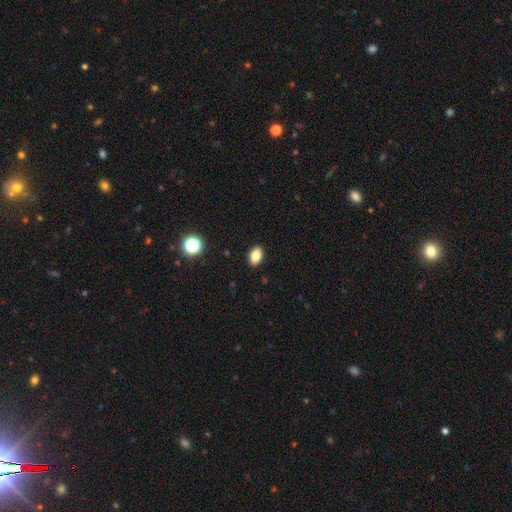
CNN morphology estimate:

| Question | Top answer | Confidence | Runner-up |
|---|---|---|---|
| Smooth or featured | smooth | 82% | star or artifact (10%) |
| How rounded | in between | 85% | round (14%) |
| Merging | none | 90% | minor disturbance (7%) |